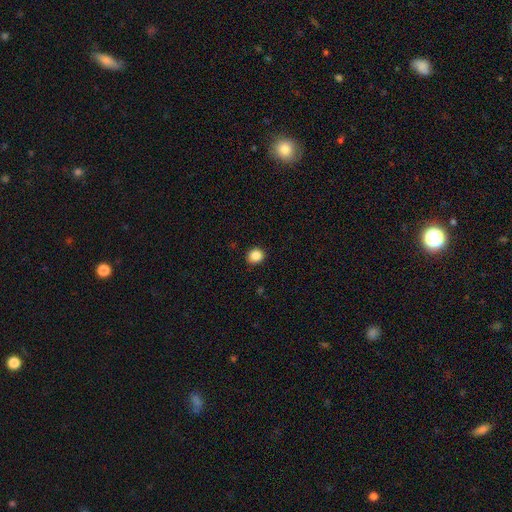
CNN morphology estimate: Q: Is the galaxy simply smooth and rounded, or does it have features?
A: smooth — 88%.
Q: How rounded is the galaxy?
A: round — 80%.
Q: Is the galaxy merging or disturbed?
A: none — 90%.